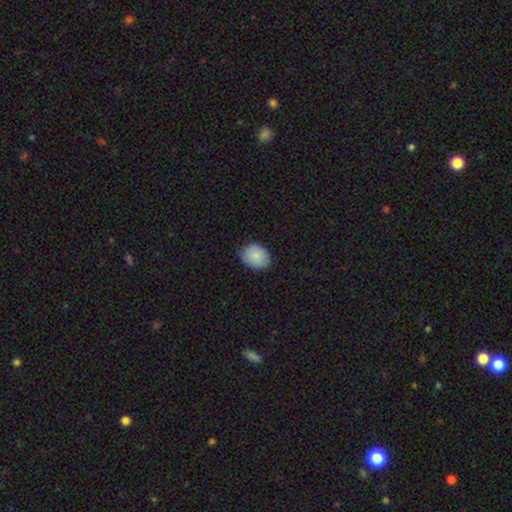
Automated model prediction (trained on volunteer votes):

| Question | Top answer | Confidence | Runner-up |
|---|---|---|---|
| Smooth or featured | smooth | 86% | star or artifact (7%) |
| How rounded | in between | 56% | round (43%) |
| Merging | none | 83% | minor disturbance (14%) |